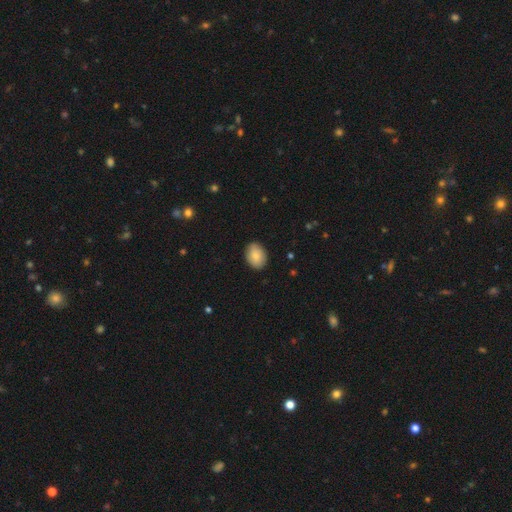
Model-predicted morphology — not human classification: smooth 86%, featured or disk 8%, star or artifact 7%. Down the decision tree: how rounded — in between (76%); merging — none (86%).